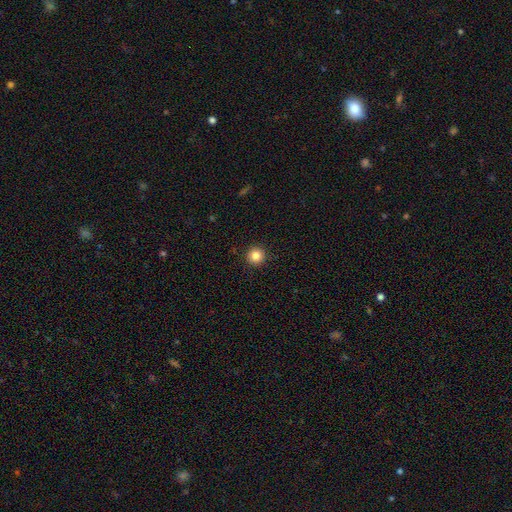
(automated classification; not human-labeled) A smooth galaxy with no disk features (84%) that is round (96%). Merging: none (93%).